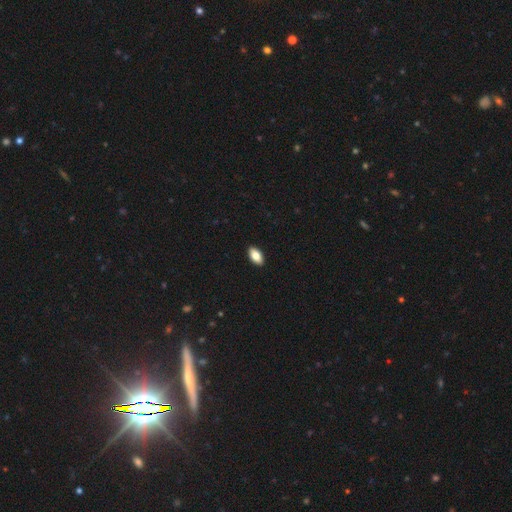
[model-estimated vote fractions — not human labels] A smooth galaxy with no disk features (83%) that is in between round and cigar-shaped (93%).

Vote fractions:
- Smooth or featured? smooth: 83% / featured or disk: 10% / star or artifact: 7%
- How rounded? in between: 93% / cigar-shaped: 4% / round: 3%
- Merging? none: 91% / minor disturbance: 7% / major disturbance: 1% / merger: 1%